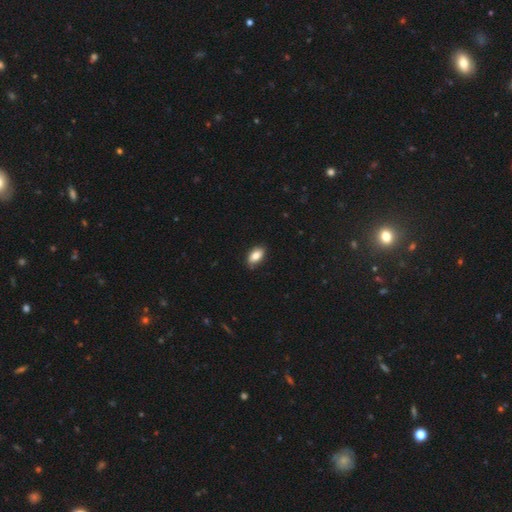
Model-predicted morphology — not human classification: smooth 83%, featured or disk 10%, star or artifact 7%. Down the decision tree: how rounded — in between (92%); merging — none (83%).